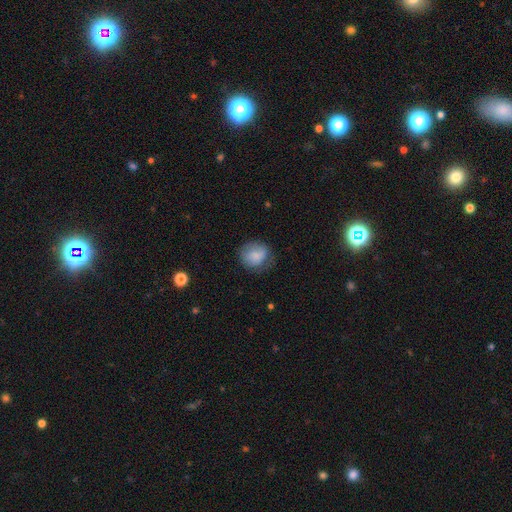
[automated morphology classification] smooth 80%, featured or disk 12%, star or artifact 8%. Down the decision tree: how rounded — round (72%); merging — none (65%).